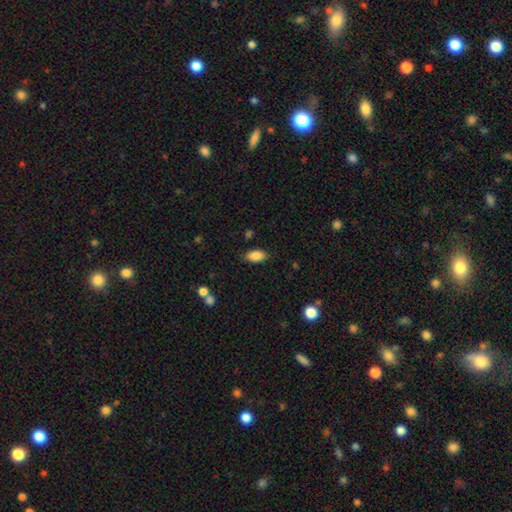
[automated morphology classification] Smooth or featured? Predicted: smooth (p=0.85). How rounded? Predicted: in between (p=0.93). Merging? Predicted: none (p=0.85).